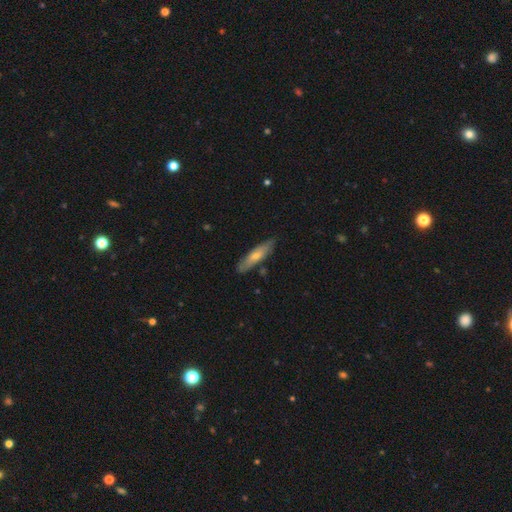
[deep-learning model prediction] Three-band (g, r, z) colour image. It shows a smooth galaxy with no disk features (48%). Merging: none (84%).